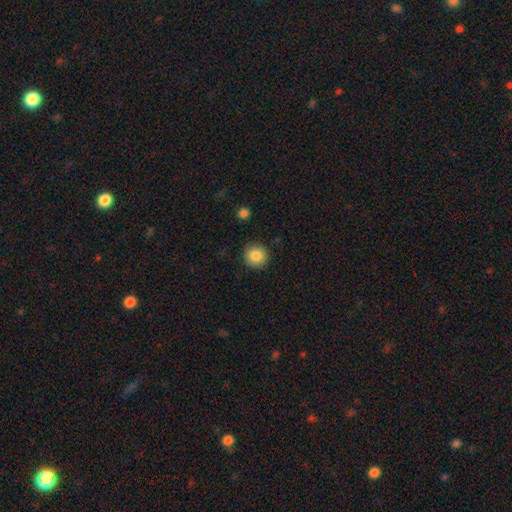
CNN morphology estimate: Smooth or featured? smooth (85%)
How rounded? round (94%)
Merging? none (91%)